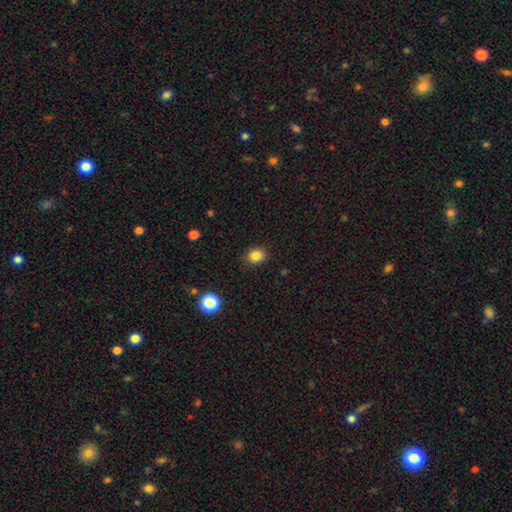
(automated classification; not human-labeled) Smooth or featured? Predicted: smooth (p=0.84). How rounded? Predicted: round (p=0.56). Merging? Predicted: none (p=0.87).